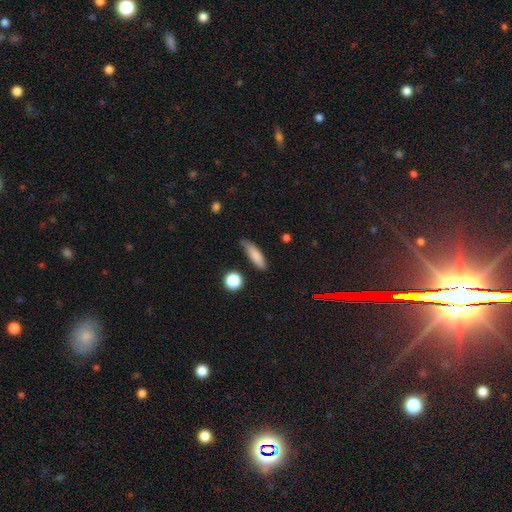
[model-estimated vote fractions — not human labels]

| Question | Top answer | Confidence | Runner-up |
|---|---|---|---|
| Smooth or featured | smooth | 81% | featured or disk (11%) |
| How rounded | cigar-shaped | 59% | in between (37%) |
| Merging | none | 65% | minor disturbance (27%) |